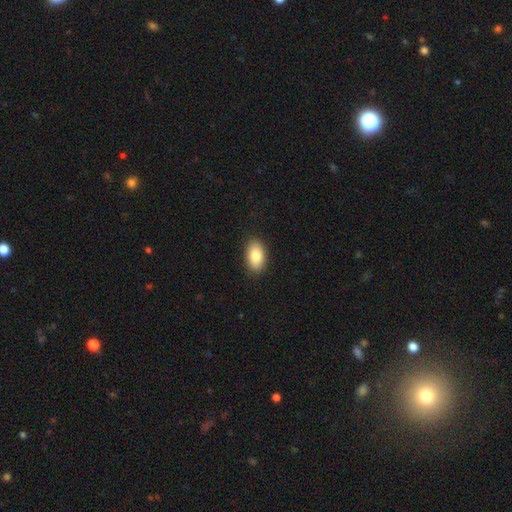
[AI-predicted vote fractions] smooth-or-featured: smooth: 83% | featured or disk: 10% | star or artifact: 7%
  how-rounded: in between: 92% | round: 6% | cigar-shaped: 2%
  merging: none: 89% | minor disturbance: 8% | major disturbance: 2% | merger: 1%